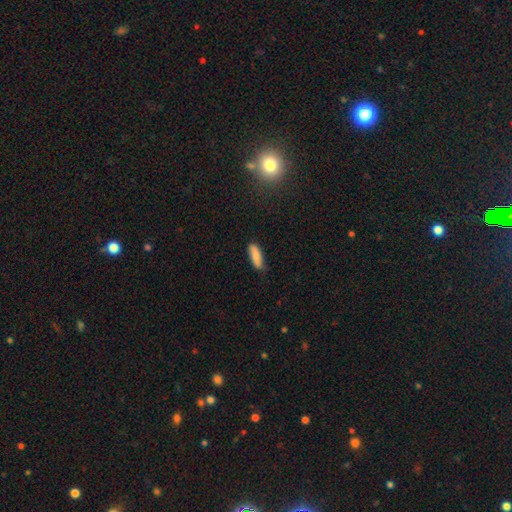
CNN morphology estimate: Smooth or featured? Predicted: smooth (p=0.86). How rounded? Predicted: in between (p=0.56). Merging? Predicted: none (p=0.77).